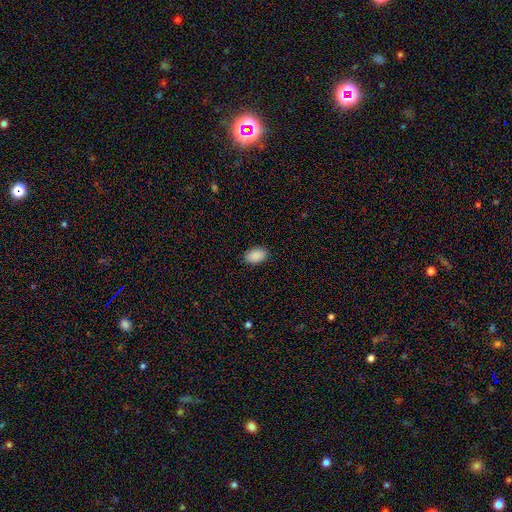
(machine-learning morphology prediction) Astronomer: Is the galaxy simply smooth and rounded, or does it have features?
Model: smooth — 91%.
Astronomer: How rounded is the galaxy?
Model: in between — 93%.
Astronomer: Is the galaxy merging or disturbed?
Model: none — 89%.